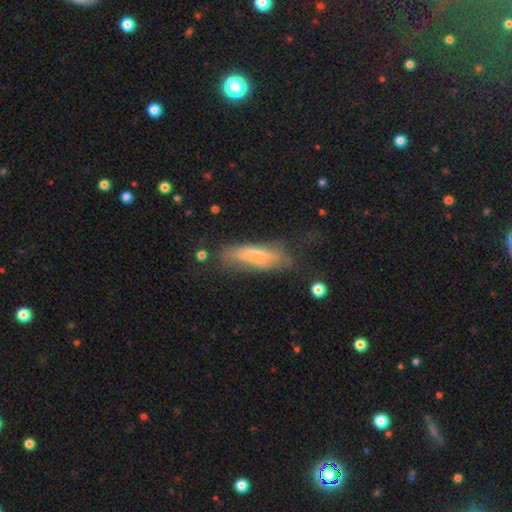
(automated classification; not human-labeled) Smooth or featured: smooth — 59% (featured or disk — 33%)
How rounded: cigar-shaped — 58% (in between — 40%)
Merging: none — 52% (minor disturbance — 27%)